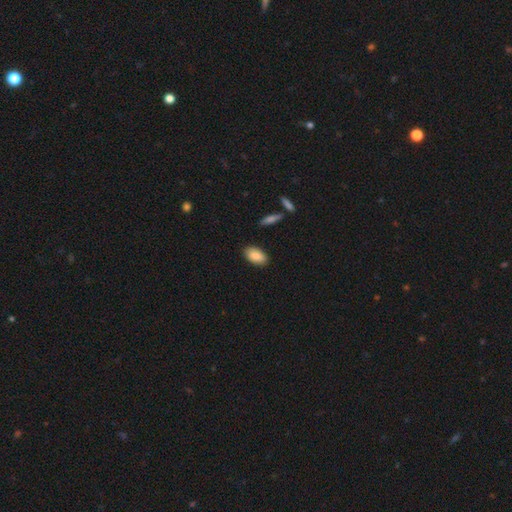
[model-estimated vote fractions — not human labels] A smooth galaxy with no disk features (88%) that is in between round and cigar-shaped (93%).

Vote fractions:
- Smooth or featured? smooth: 88% / star or artifact: 6% / featured or disk: 5%
- How rounded? in between: 93% / round: 4% / cigar-shaped: 3%
- Merging? none: 87% / minor disturbance: 10% / major disturbance: 2% / merger: 2%